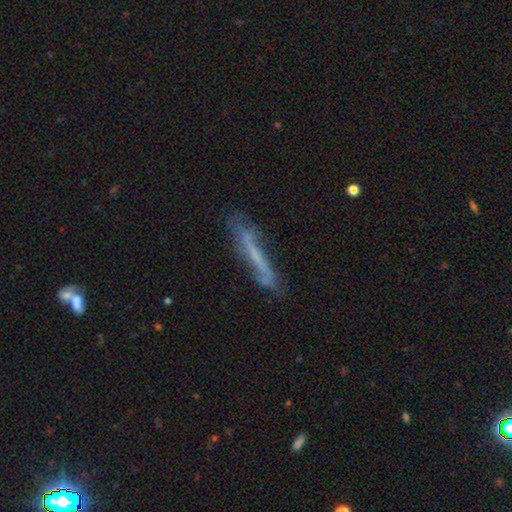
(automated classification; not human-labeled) A featured or disk galaxy (54%) viewed edge-on (71%).

Vote fractions:
- Smooth or featured? featured or disk: 54% / smooth: 36% / star or artifact: 9%
- Edge-on disk? yes: 71% / no: 29%
- Merging? none: 66% / minor disturbance: 23% / major disturbance: 8% / merger: 3%